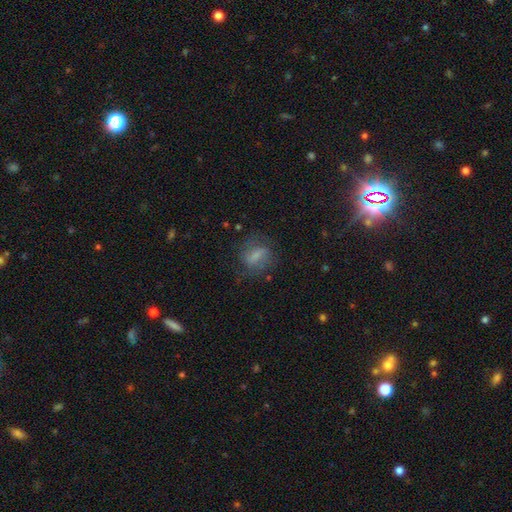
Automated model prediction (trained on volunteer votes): A smooth galaxy with no disk features (47%).

Vote fractions:
- Smooth or featured? smooth: 47% / featured or disk: 43% / star or artifact: 10%
- Merging? none: 62% / minor disturbance: 20% / major disturbance: 16% / merger: 2%